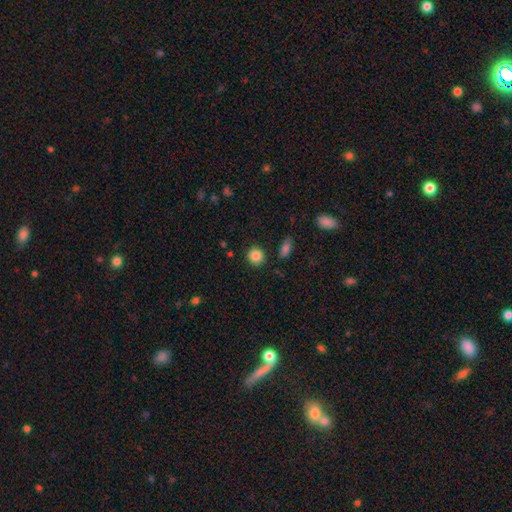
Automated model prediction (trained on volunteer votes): Smooth or featured?
  - smooth: 87% *
  - star or artifact: 9%
  - featured or disk: 4%
How rounded?
  - round: 89% *
  - in between: 10%
  - cigar-shaped: 1%
Merging?
  - none: 89% *
  - minor disturbance: 7%
  - merger: 3%
  - major disturbance: 2%